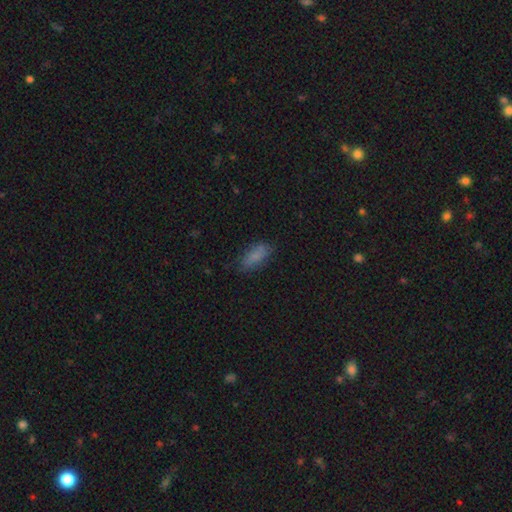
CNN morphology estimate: Smooth or featured? smooth (82%)
How rounded? in between (82%)
Merging? none (76%)